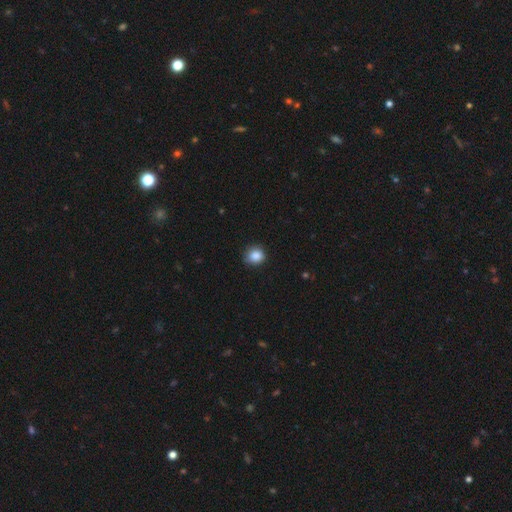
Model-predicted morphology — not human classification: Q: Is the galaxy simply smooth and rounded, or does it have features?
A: smooth — 87%.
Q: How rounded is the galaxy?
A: round — 85%.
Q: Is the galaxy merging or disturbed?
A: none — 82%.